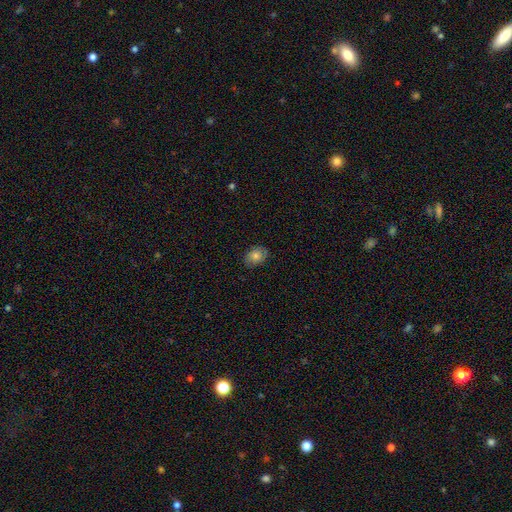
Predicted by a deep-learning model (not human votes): Overall: smooth (67%). How rounded: in between (68%; round 31%). Merging: none (80%).